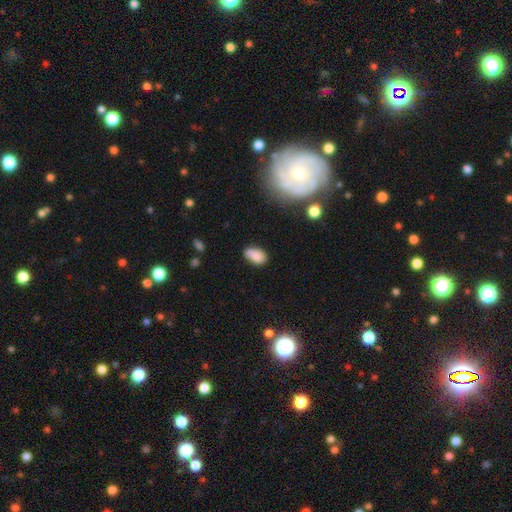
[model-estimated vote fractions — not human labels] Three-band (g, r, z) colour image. It shows a smooth galaxy with no disk features (81%) that is in between round and cigar-shaped (90%). Merging: none (61%).